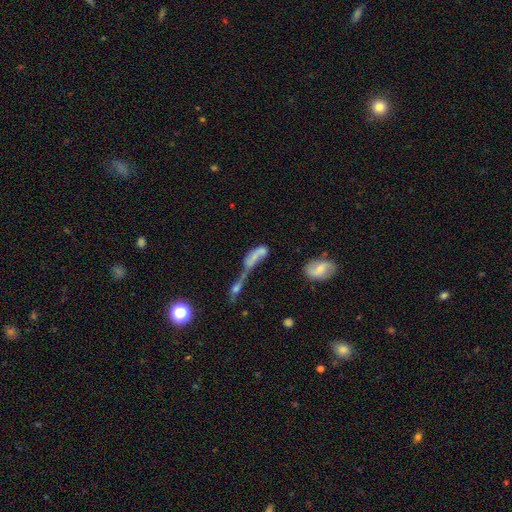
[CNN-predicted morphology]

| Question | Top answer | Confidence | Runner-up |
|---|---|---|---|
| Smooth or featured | smooth | 45% | featured or disk (42%) |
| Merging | merger | 72% | major disturbance (13%) |